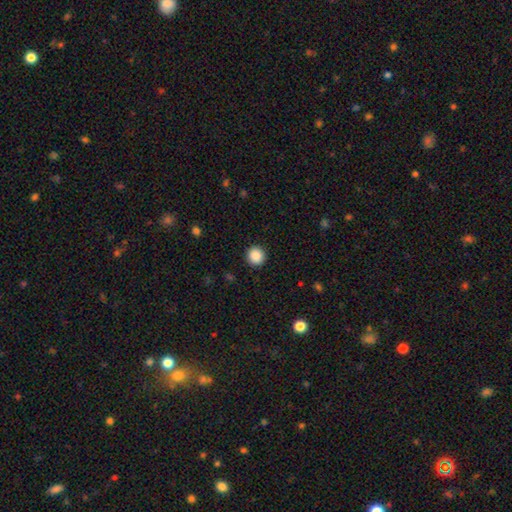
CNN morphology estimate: Smooth or featured? smooth (89%)
How rounded? round (93%)
Merging? none (92%)